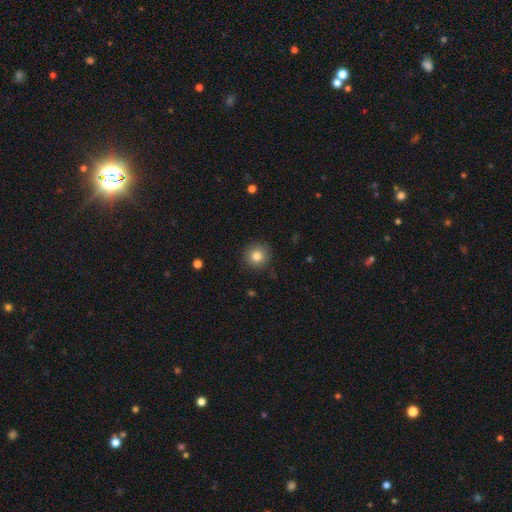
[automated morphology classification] type=smooth (83%); roundness=round (94%); merging=none (90%).